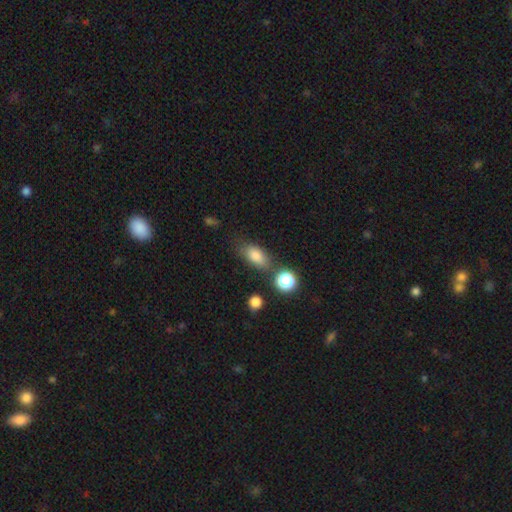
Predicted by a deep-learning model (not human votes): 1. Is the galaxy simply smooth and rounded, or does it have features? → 81% smooth, 10% star or artifact, 9% featured or disk.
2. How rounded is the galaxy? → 84% in between, 10% round, 6% cigar-shaped.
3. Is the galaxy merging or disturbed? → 67% none, 17% minor disturbance, 10% merger, 6% major disturbance.